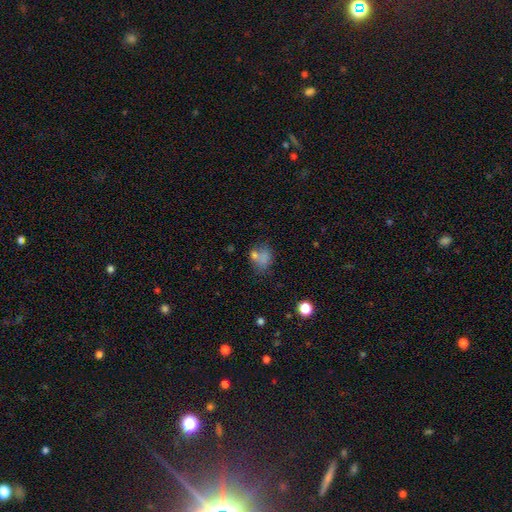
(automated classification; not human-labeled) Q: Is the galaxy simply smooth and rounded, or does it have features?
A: smooth — 68%.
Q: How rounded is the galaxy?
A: in between — 52%.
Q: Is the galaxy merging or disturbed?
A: none — 45%.